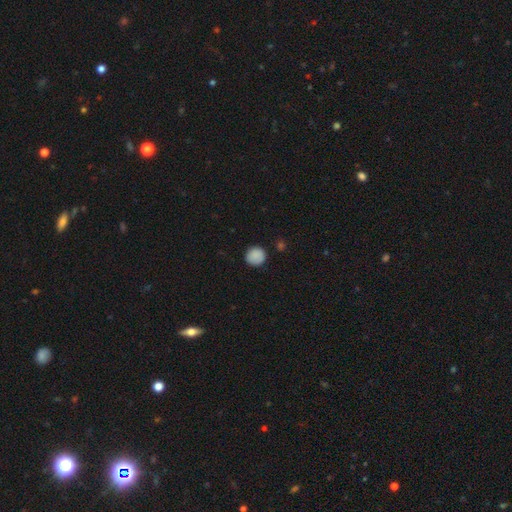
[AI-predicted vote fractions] Smooth or featured: smooth — 88% (star or artifact — 9%)
How rounded: round — 93% (in between — 6%)
Merging: none — 88% (minor disturbance — 9%)